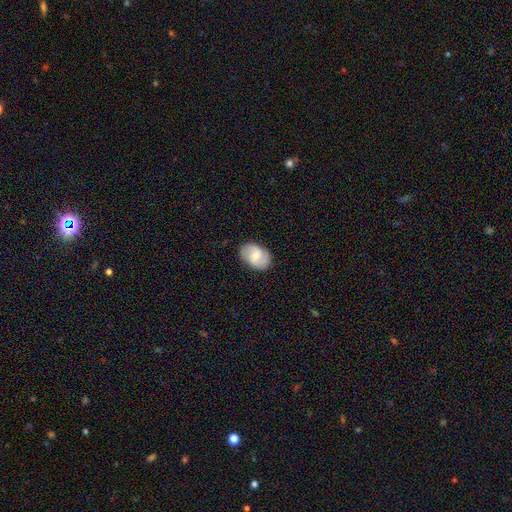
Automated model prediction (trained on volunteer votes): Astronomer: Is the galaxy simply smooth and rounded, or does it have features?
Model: featured or disk — 56% (runner-up: smooth, 37%).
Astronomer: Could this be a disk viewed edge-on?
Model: no — 97%.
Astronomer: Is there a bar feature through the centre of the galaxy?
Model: weak — 51% (runner-up: no, 36%).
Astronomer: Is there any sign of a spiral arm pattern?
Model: yes — 84%.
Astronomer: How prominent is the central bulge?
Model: moderate — 51% (runner-up: small, 43%).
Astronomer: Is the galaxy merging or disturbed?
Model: none — 84%.